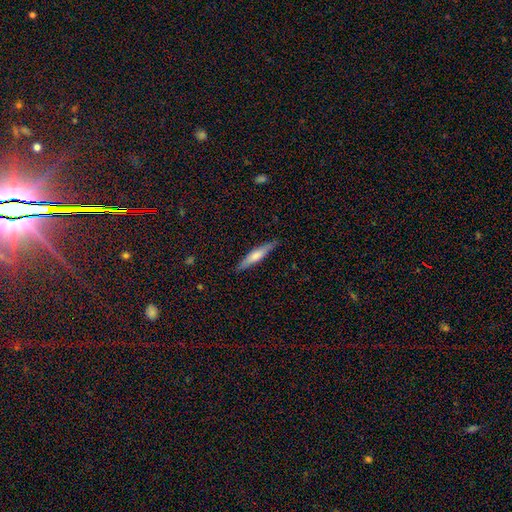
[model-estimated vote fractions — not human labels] Smooth or featured?
  - smooth: 59% *
  - featured or disk: 35%
  - star or artifact: 5%
How rounded?
  - cigar-shaped: 85% *
  - in between: 13%
  - round: 1%
Merging?
  - none: 86% *
  - minor disturbance: 11%
  - major disturbance: 2%
  - merger: 1%